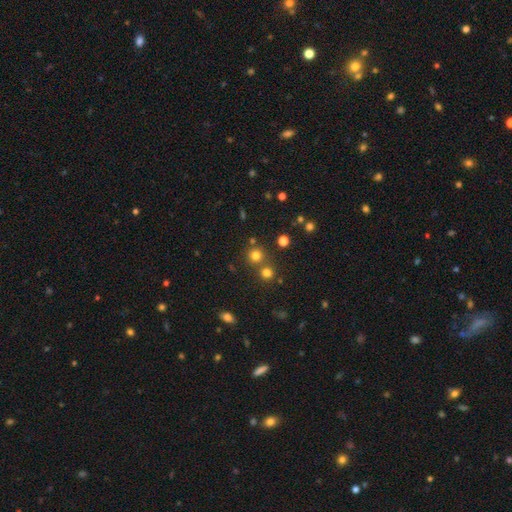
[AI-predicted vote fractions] Smooth or featured?
  - smooth: 73% *
  - star or artifact: 20%
  - featured or disk: 7%
How rounded?
  - round: 93% *
  - in between: 6%
  - cigar-shaped: 1%
Merging?
  - none: 73% *
  - merger: 18%
  - minor disturbance: 6%
  - major disturbance: 3%